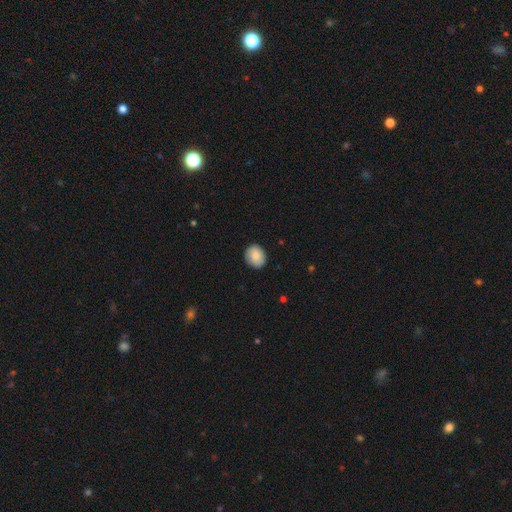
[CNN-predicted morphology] A smooth galaxy with no disk features (82%) that is round (65%). Merging: none (86%).